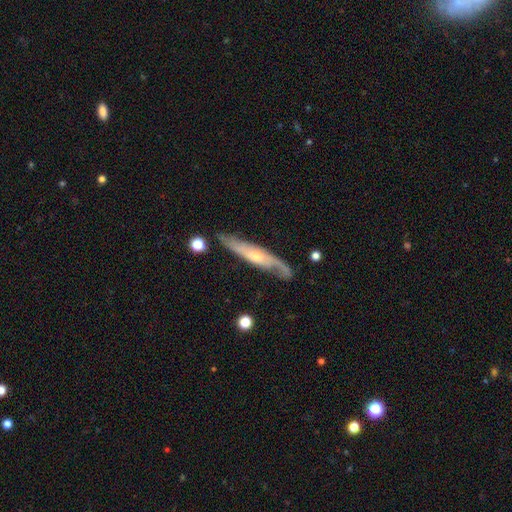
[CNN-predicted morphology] The model was most divided on "edge-on disk": yes: 54%, no: 46%. More confident: merging — none (74%); smooth or featured — featured or disk (73%).